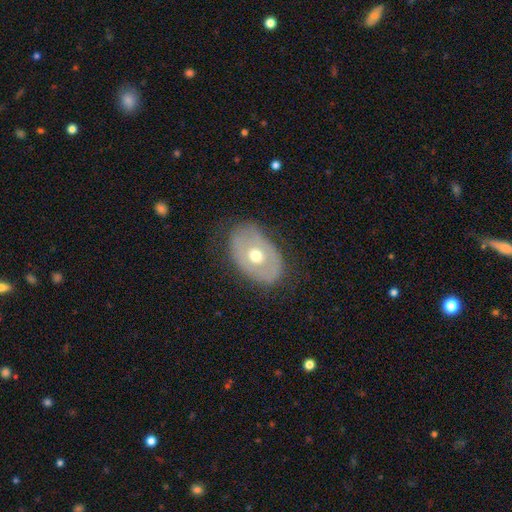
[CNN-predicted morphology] Smooth or featured: featured or disk — 54% (smooth — 40%)
Edge-on disk: no — 91% (yes — 9%)
Merging: none — 70% (minor disturbance — 21%)